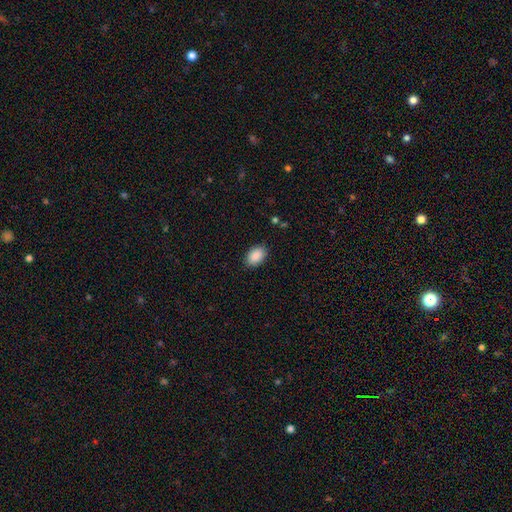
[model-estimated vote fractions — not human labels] This is clearly a smooth galaxy (90%). How rounded: clearly in between (87%). Merging: clearly none (87%).